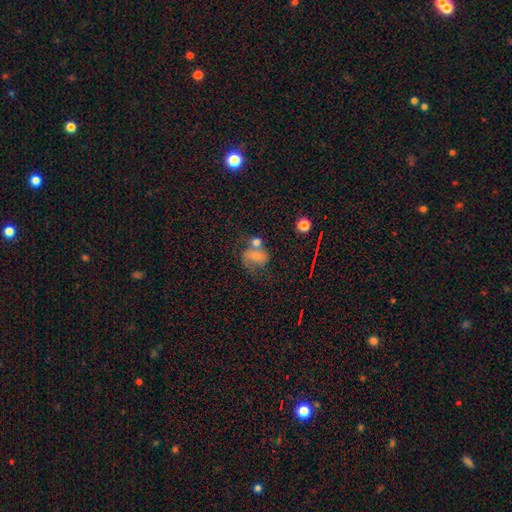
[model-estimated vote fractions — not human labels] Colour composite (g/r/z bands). It shows a smooth galaxy with no disk features (55%) that is round (55%). Merging: merger (38%).